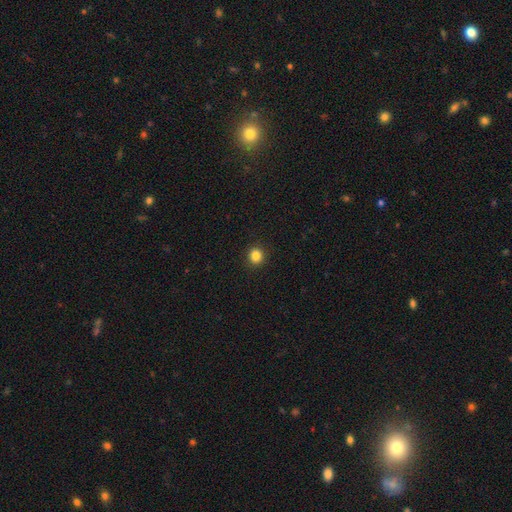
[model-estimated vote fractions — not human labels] This is clearly a smooth galaxy (84%). How rounded: clearly round (90%). Merging: clearly none (93%).